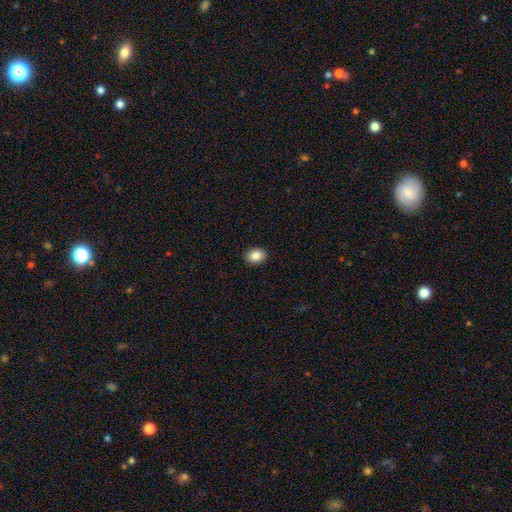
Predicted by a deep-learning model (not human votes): Smooth or featured?
  - smooth: 87% *
  - star or artifact: 8%
  - featured or disk: 5%
How rounded?
  - in between: 62% *
  - round: 37%
  - cigar-shaped: 1%
Merging?
  - none: 90% *
  - minor disturbance: 7%
  - major disturbance: 2%
  - merger: 1%